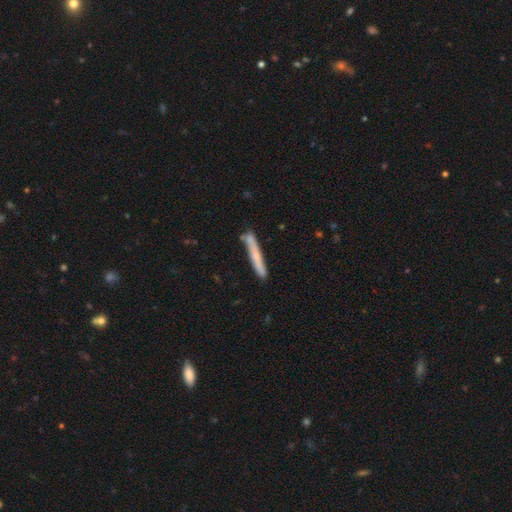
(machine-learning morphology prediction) The model was most divided on "smooth or featured": smooth: 61%, featured or disk: 33%, star or artifact: 6%. More confident: how rounded — cigar-shaped (96%); merging — none (79%).